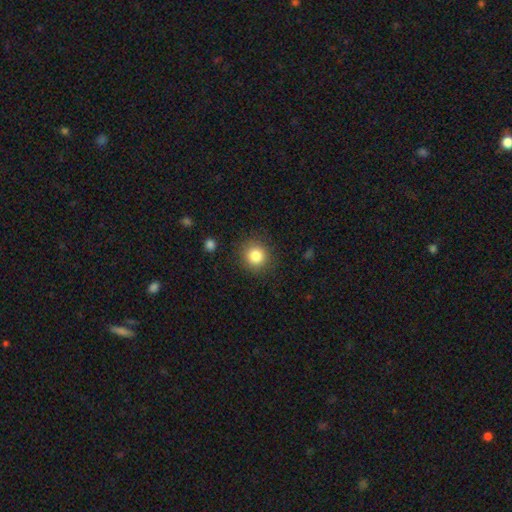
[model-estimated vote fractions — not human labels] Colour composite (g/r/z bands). It shows a smooth galaxy with no disk features (84%) that is round (90%). Merging: none (88%).